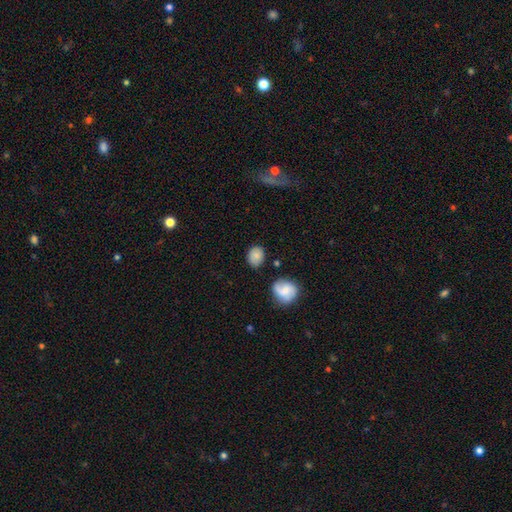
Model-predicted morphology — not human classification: Smooth or featured?
  - smooth: 79% *
  - featured or disk: 12%
  - star or artifact: 8%
How rounded?
  - round: 55% *
  - in between: 44%
  - cigar-shaped: 1%
Merging?
  - none: 75% *
  - minor disturbance: 17%
  - merger: 4%
  - major disturbance: 4%